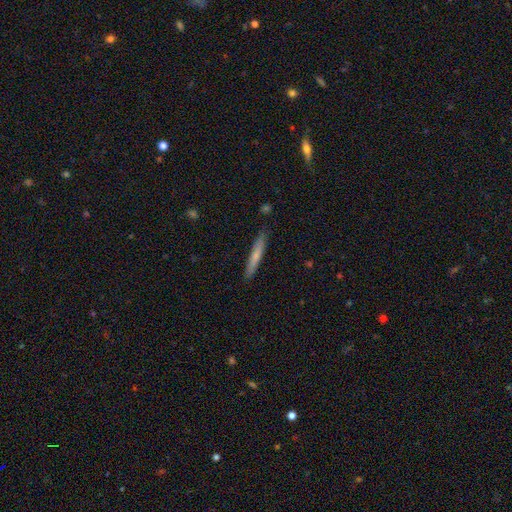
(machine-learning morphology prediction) Smooth or featured?
  - smooth: 64% *
  - featured or disk: 30%
  - star or artifact: 6%
How rounded?
  - cigar-shaped: 95% *
  - in between: 4%
  - round: 1%
Merging?
  - none: 86% *
  - minor disturbance: 10%
  - major disturbance: 2%
  - merger: 1%